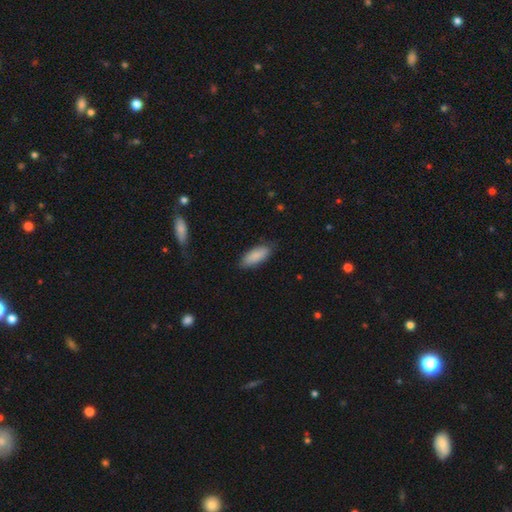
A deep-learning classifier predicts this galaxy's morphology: This is clearly a smooth galaxy (87%). How rounded: likely in between (78%). Merging: likely none (80%).